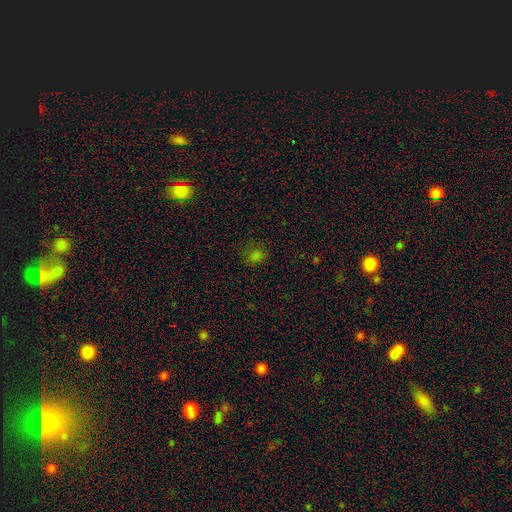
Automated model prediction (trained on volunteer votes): Smooth or featured?
  - smooth: 70% *
  - star or artifact: 25%
  - featured or disk: 5%
How rounded?
  - round: 72% *
  - in between: 27%
  - cigar-shaped: 1%
Merging?
  - none: 79% *
  - minor disturbance: 14%
  - major disturbance: 5%
  - merger: 2%